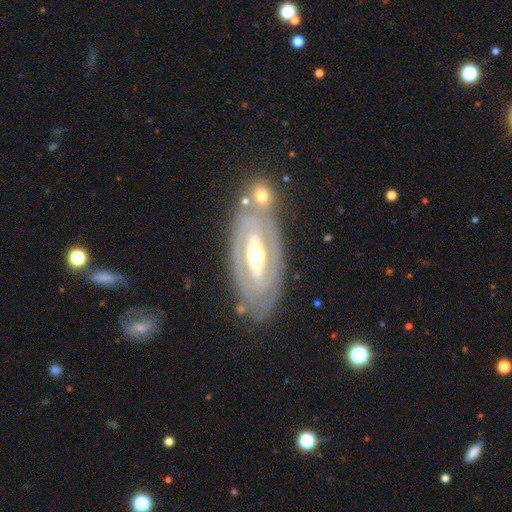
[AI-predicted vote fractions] featured or disk 79%, smooth 16%, star or artifact 5%. Down the decision tree: edge-on disk — no (87%); bar — no (42%); spiral arms — no (54%); bulge size — moderate (71%); merging — none (73%).